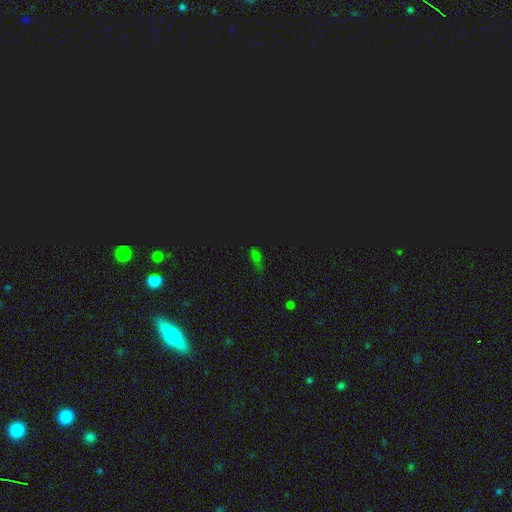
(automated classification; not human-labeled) Morphology: type=star or artifact (51%).